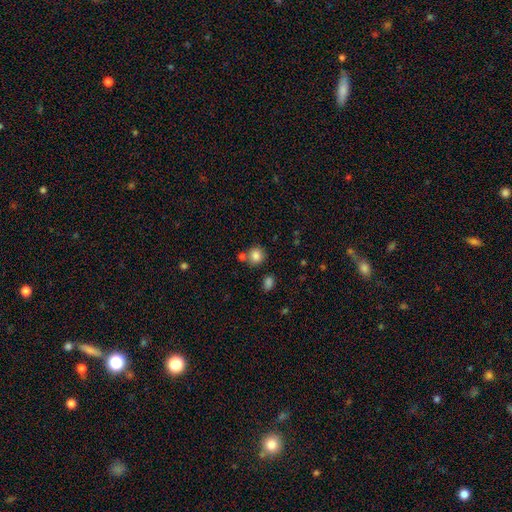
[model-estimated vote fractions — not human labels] A smooth galaxy with no disk features (84%) that is round (86%). Merging: none (72%).